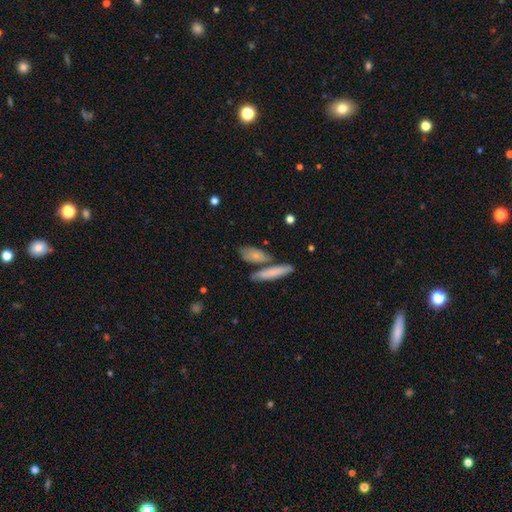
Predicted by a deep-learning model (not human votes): smooth_or_featured: smooth (p=0.70) [alt: featured or disk p=0.23]
how_rounded: in between (p=0.60) [alt: cigar-shaped p=0.35]
merging: none (p=0.54) [alt: merger p=0.26]